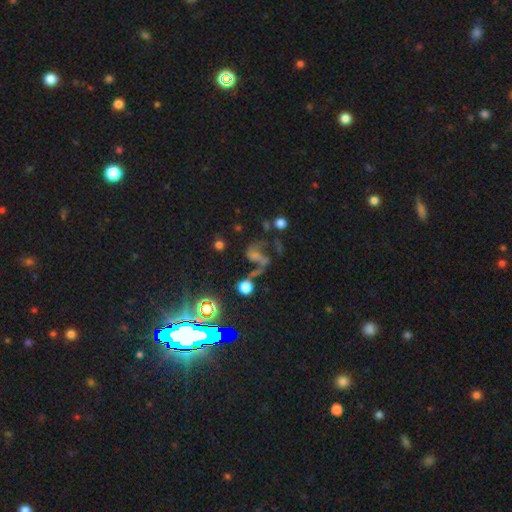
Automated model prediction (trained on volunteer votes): This is possibly a featured or disk galaxy (51%). It is clearly not viewed edge-on (95%). Merging: marginally none (41%).